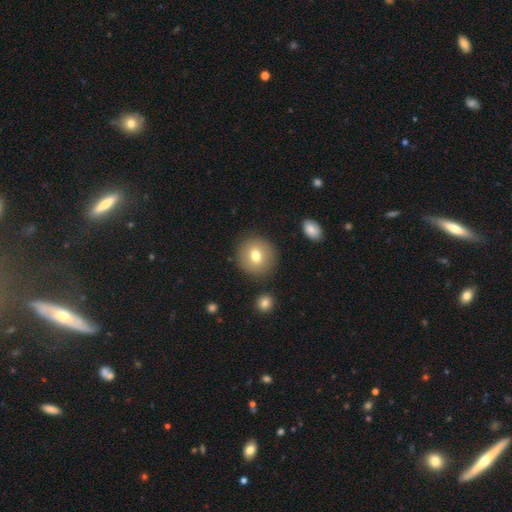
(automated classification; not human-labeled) Smooth or featured: smooth — 74% (featured or disk — 17%)
How rounded: round — 89% (in between — 10%)
Merging: none — 86% (minor disturbance — 8%)